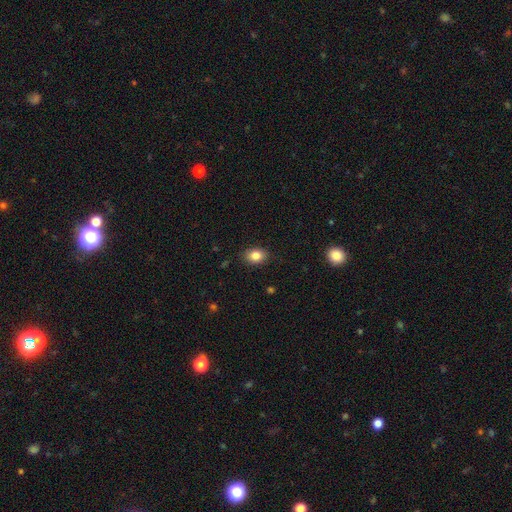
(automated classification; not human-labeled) A smooth galaxy with no disk features (84%) that is in between round and cigar-shaped (71%).

Vote fractions:
- Smooth or featured? smooth: 84% / star or artifact: 9% / featured or disk: 7%
- How rounded? in between: 71% / round: 28% / cigar-shaped: 1%
- Merging? none: 87% / minor disturbance: 10% / major disturbance: 2% / merger: 1%